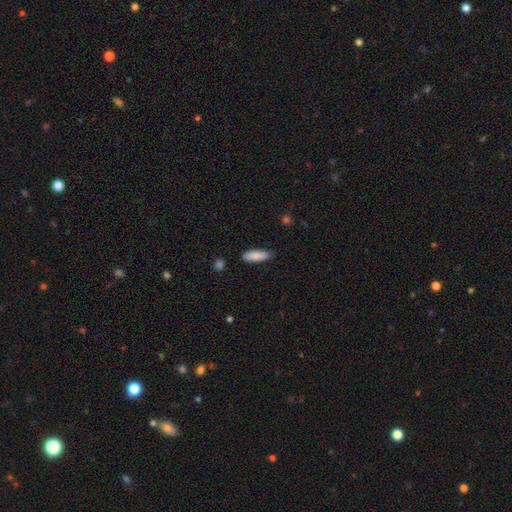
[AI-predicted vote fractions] This appears to be a smooth galaxy with no disk features (86%) that is in between round and cigar-shaped (55%). Merging: none (82%).